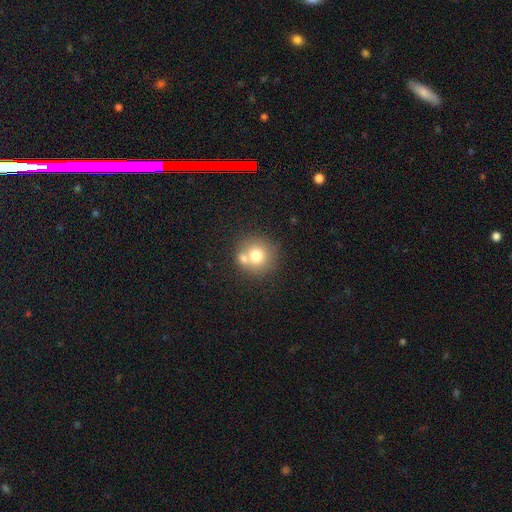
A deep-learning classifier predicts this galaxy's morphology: This appears to be a smooth galaxy with no disk features (72%) that is round (89%). Merging: none (54%).